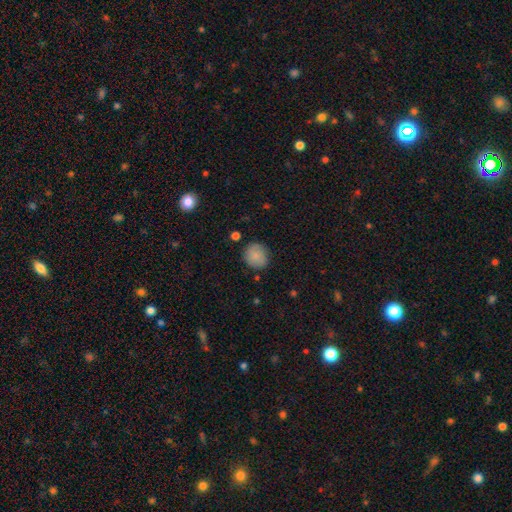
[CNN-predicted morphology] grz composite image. It shows a smooth galaxy with no disk features (82%) that is round (85%). Merging: none (81%).